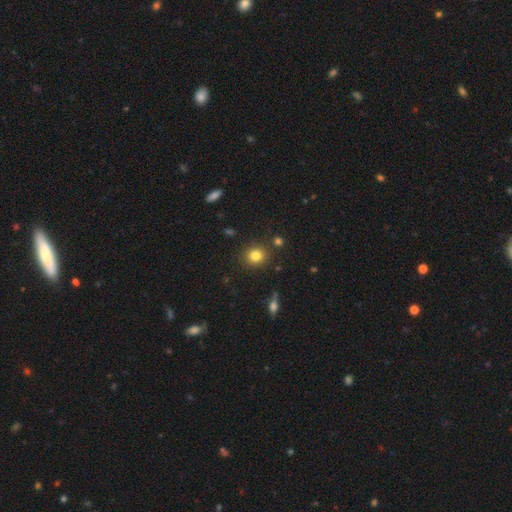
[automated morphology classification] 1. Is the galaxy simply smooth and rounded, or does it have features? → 81% smooth, 12% star or artifact, 7% featured or disk.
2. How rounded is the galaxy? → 83% round, 16% in between, 1% cigar-shaped.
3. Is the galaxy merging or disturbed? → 86% none, 8% minor disturbance, 3% merger, 3% major disturbance.